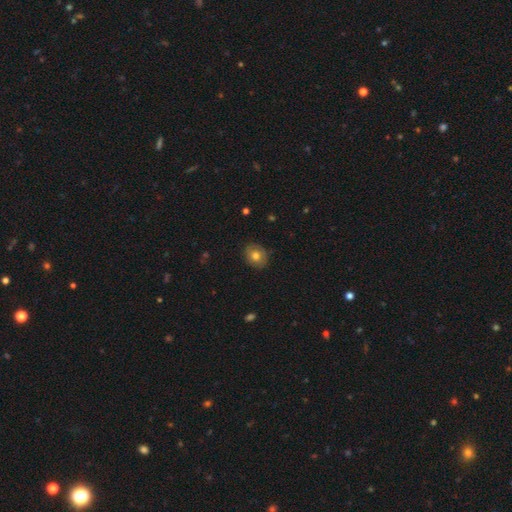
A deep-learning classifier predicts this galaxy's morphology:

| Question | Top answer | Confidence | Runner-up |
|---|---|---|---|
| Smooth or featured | smooth | 70% | featured or disk (21%) |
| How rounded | round | 62% | in between (37%) |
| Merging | none | 84% | minor disturbance (13%) |